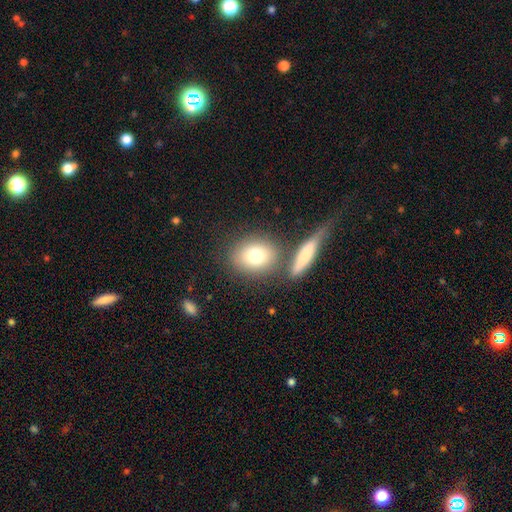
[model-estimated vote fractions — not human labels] Smooth or featured: smooth — 76% (featured or disk — 15%)
How rounded: in between — 50% (round — 47%)
Merging: none — 69% (merger — 16%)